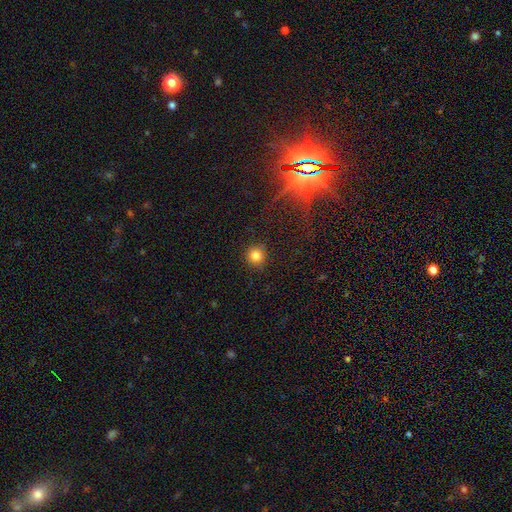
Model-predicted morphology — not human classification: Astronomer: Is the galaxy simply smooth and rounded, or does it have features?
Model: smooth — 81%.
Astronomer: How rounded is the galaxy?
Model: round — 92%.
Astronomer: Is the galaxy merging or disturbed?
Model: none — 87%.